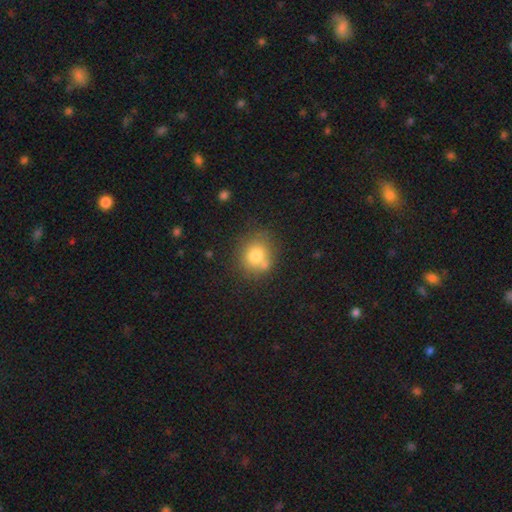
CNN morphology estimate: Smooth or featured? Predicted: smooth (p=0.76). How rounded? Predicted: round (p=0.77). Merging? Predicted: none (p=0.63).